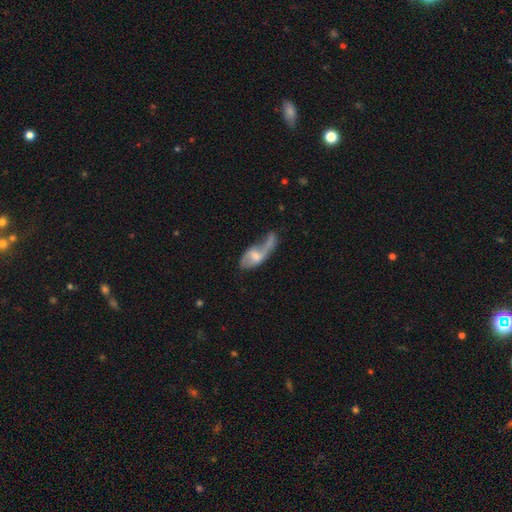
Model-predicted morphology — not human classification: Smooth or featured: featured or disk — 57% (smooth — 35%)
Edge-on disk: no — 88% (yes — 12%)
Bar: no — 58% (weak — 33%)
Spiral arms: yes — 61% (no — 39%)
Bulge size: moderate — 39% (small — 37%)
Merging: major disturbance — 41% (none — 22%)